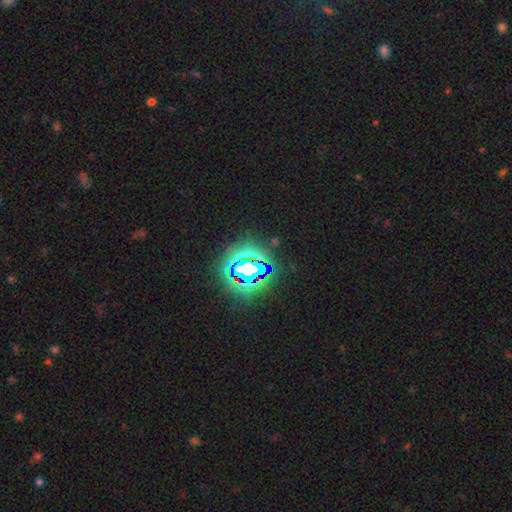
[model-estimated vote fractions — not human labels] Smooth or featured: star or artifact — 76% (smooth — 14%)